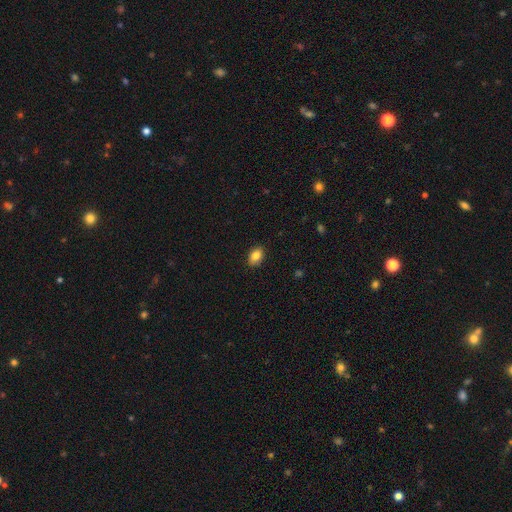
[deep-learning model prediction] Smooth or featured? Predicted: smooth (p=0.85). How rounded? Predicted: in between (p=0.82). Merging? Predicted: none (p=0.86).